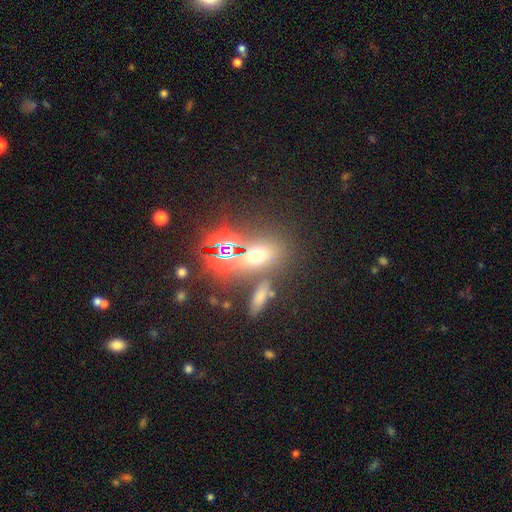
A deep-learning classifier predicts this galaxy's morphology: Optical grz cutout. It shows a smooth galaxy with no disk features (47%). Merging: none (70%).